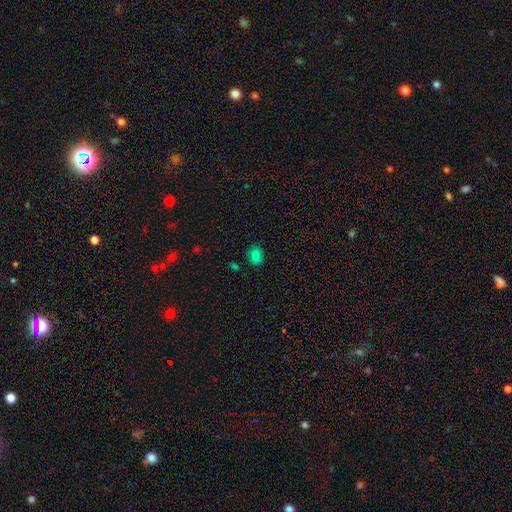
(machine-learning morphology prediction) smooth-or-featured: smooth: 81% | star or artifact: 13% | featured or disk: 6%
  how-rounded: in between: 65% | round: 34% | cigar-shaped: 1%
  merging: none: 83% | minor disturbance: 12% | major disturbance: 3% | merger: 2%